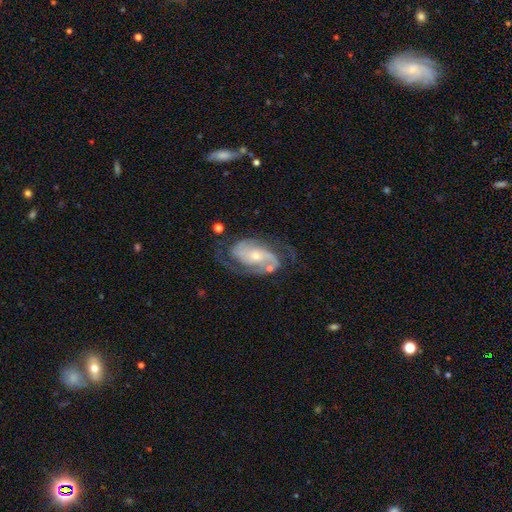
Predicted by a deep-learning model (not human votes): Smooth or featured: featured or disk — 87% (smooth — 7%)
Edge-on disk: no — 97% (yes — 3%)
Bar: no — 57% (weak — 30%)
Spiral arms: yes — 96% (no — 4%)
Spiral winding: medium — 49% (tight — 32%)
Spiral arm count: 2 — 76% (3 — 9%)
Bulge size: small — 65% (moderate — 31%)
Merging: none — 62% (minor disturbance — 19%)